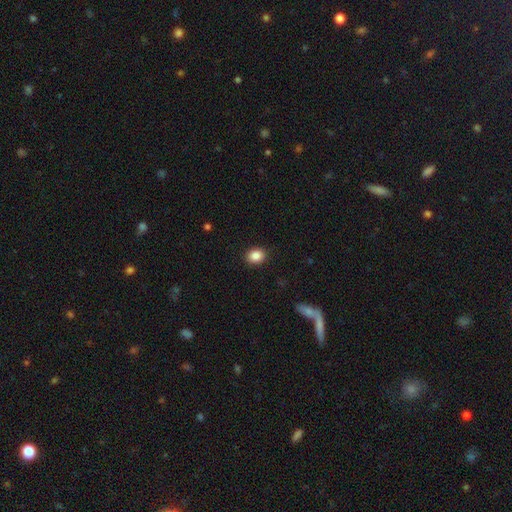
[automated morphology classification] type=smooth (87%); roundness=round (53%); merging=none (90%).